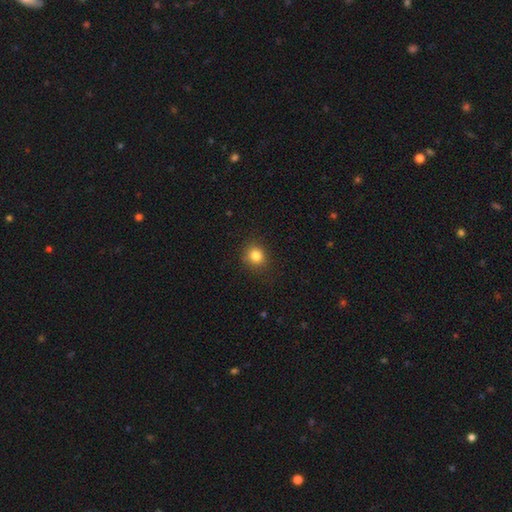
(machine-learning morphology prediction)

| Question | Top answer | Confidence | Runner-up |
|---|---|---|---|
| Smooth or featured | smooth | 83% | star or artifact (11%) |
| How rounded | round | 78% | in between (21%) |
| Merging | none | 86% | minor disturbance (10%) |